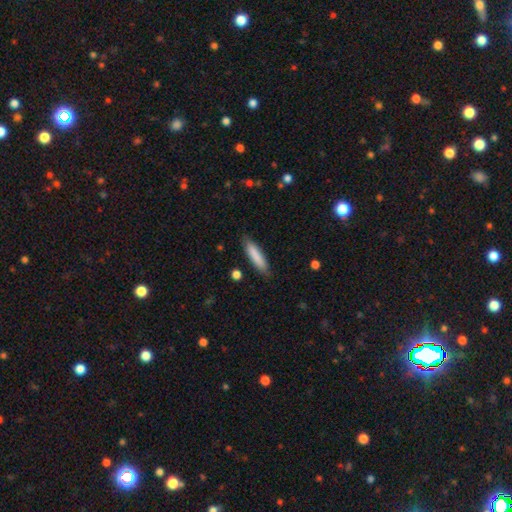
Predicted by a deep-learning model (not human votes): A smooth galaxy with no disk features (84%) that is cigar-shaped (78%).

Vote fractions:
- Smooth or featured? smooth: 84% / featured or disk: 11% / star or artifact: 6%
- How rounded? cigar-shaped: 78% / in between: 20% / round: 1%
- Merging? none: 85% / minor disturbance: 11% / major disturbance: 2% / merger: 2%